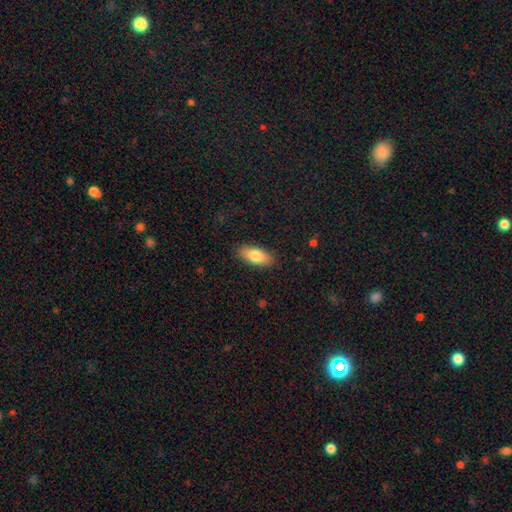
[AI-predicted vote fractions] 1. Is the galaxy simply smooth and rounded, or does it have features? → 81% smooth, 13% featured or disk, 6% star or artifact.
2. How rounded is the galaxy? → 85% in between, 12% cigar-shaped, 2% round.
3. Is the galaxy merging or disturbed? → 88% none, 9% minor disturbance, 2% major disturbance, 1% merger.